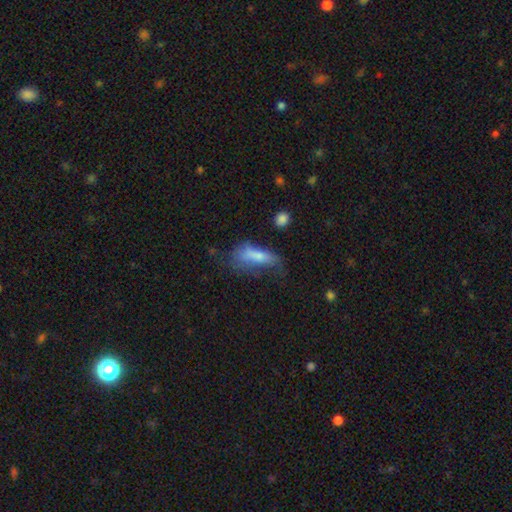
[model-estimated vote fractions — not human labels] The model was most divided on "merging": major disturbance: 35%, none: 30%, minor disturbance: 29%, merger: 6%. More confident: smooth or featured — smooth (66%); how rounded — in between (62%).